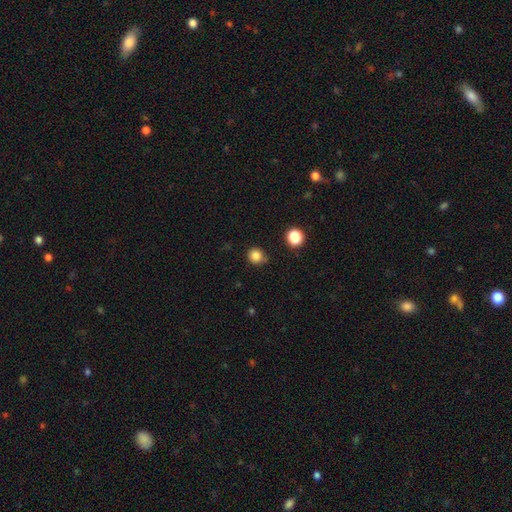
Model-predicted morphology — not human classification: type=smooth (83%); roundness=round (88%); merging=none (78%).